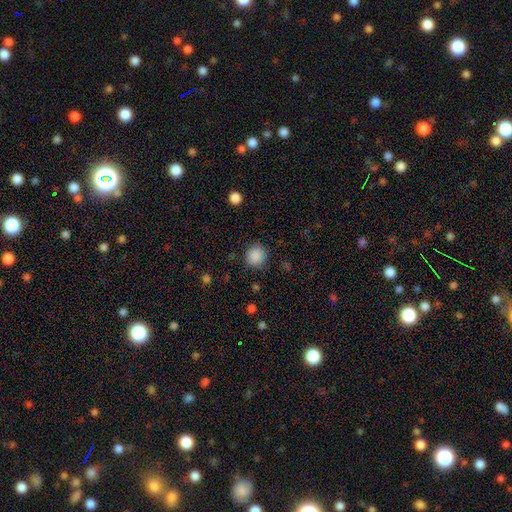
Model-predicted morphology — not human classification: Smooth or featured?
  - smooth: 87% *
  - star or artifact: 10%
  - featured or disk: 3%
How rounded?
  - round: 89% *
  - in between: 10%
  - cigar-shaped: 1%
Merging?
  - none: 87% *
  - minor disturbance: 9%
  - major disturbance: 3%
  - merger: 1%